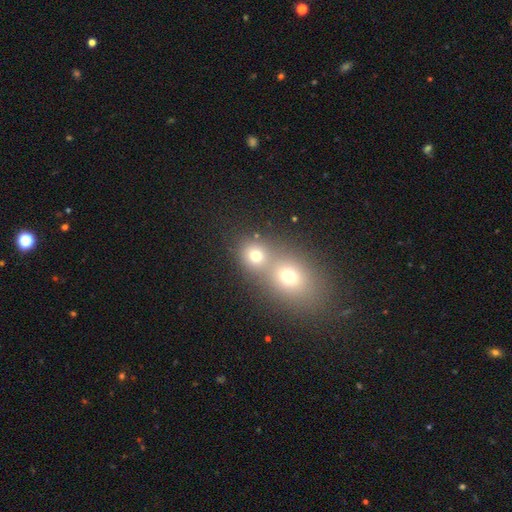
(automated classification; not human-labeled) Morphology: type=smooth (73%); roundness=round (74%); merging=merger (54%).